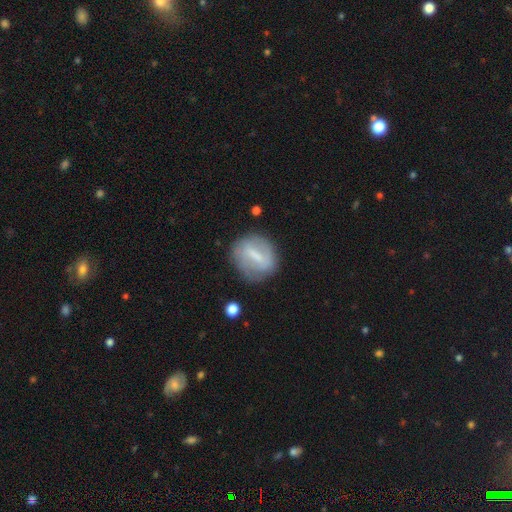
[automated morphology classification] Smooth or featured? Predicted: featured or disk (p=0.55). Edge-on disk? Predicted: no (p=0.94). Bar? Predicted: strong (p=0.50). Spiral arms? Predicted: yes (p=0.51). Bulge size? Predicted: small (p=0.42). Merging? Predicted: none (p=0.71).